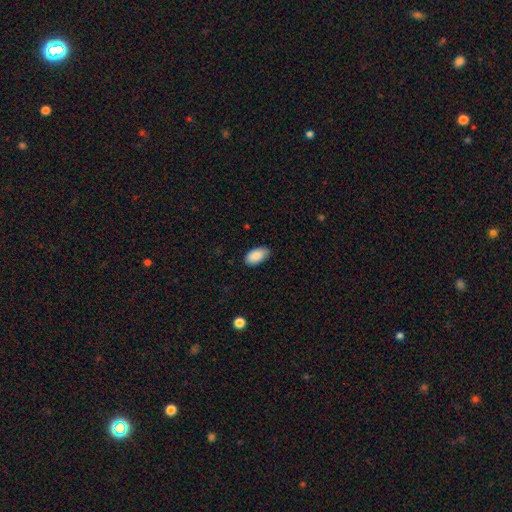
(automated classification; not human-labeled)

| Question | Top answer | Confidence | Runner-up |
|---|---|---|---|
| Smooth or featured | smooth | 90% | star or artifact (6%) |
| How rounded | in between | 95% | round (3%) |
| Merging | none | 84% | minor disturbance (13%) |